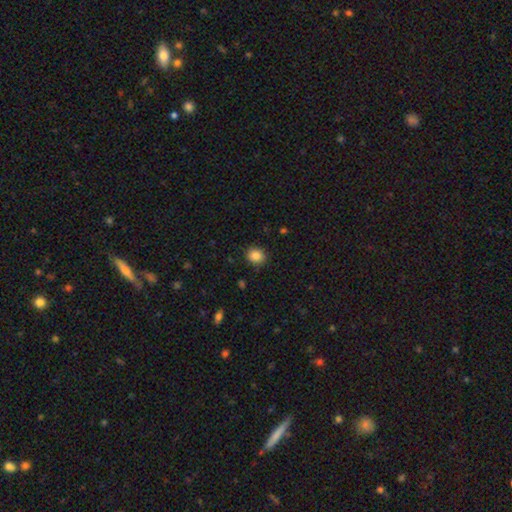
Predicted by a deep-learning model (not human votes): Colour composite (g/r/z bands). It shows a smooth galaxy with no disk features (85%) that is round (72%). Merging: none (89%).